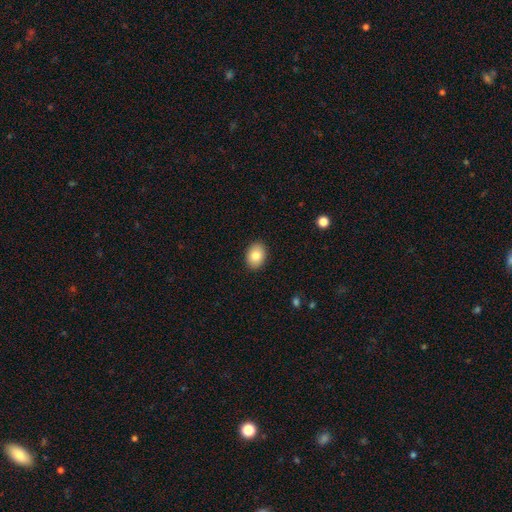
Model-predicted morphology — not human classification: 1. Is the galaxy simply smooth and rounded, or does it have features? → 82% smooth, 10% featured or disk, 8% star or artifact.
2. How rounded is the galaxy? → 70% in between, 29% round, 1% cigar-shaped.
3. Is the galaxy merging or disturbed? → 90% none, 7% minor disturbance, 2% major disturbance, 1% merger.